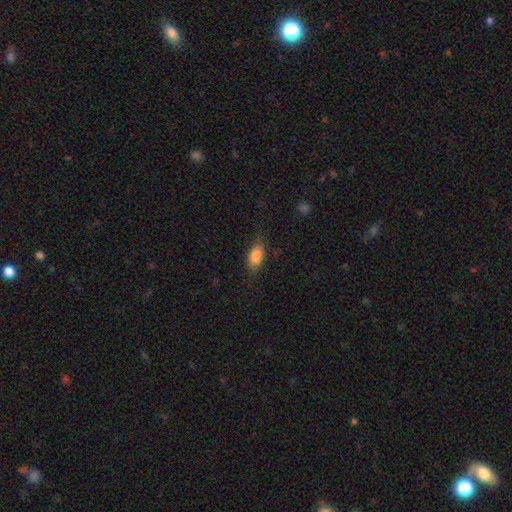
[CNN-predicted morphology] smooth-or-featured: smooth: 81% | featured or disk: 11% | star or artifact: 8%
  how-rounded: in between: 84% | cigar-shaped: 11% | round: 5%
  merging: none: 75% | minor disturbance: 18% | major disturbance: 6% | merger: 1%